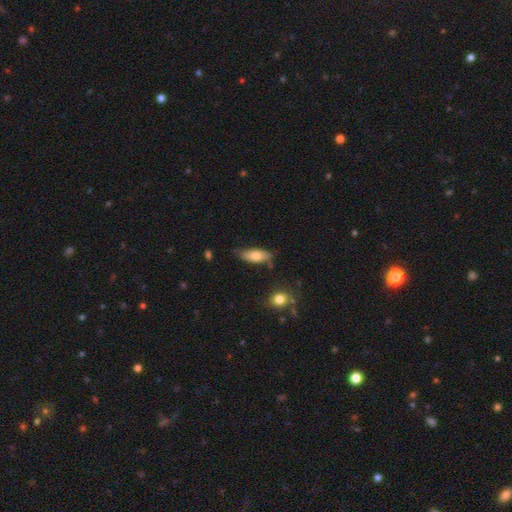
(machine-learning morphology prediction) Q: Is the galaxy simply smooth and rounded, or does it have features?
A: smooth — 71%.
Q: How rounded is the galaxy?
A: in between — 74%.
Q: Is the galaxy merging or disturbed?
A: none — 66%.